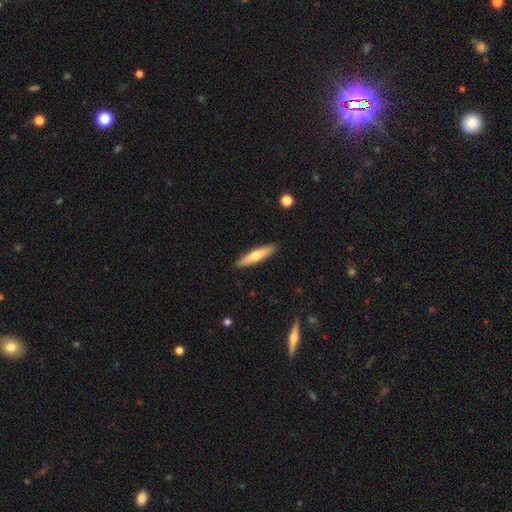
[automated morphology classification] Q: Smooth or featured?
A: smooth (59%); runner-up: featured or disk (36%)
Q: How rounded?
A: cigar-shaped (83%); runner-up: in between (16%)
Q: Merging?
A: none (91%); runner-up: minor disturbance (7%)